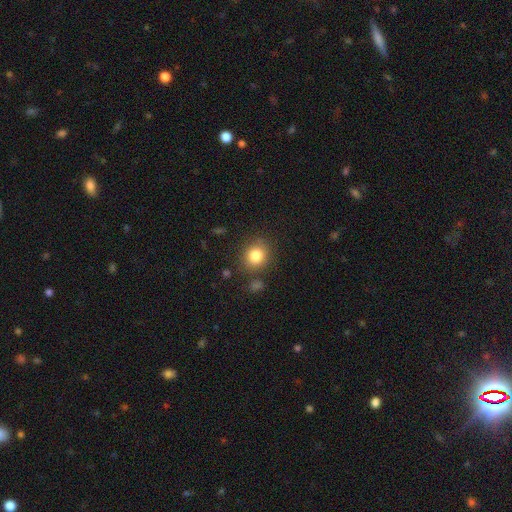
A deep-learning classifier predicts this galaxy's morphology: type=smooth (83%); roundness=round (78%); merging=none (82%).